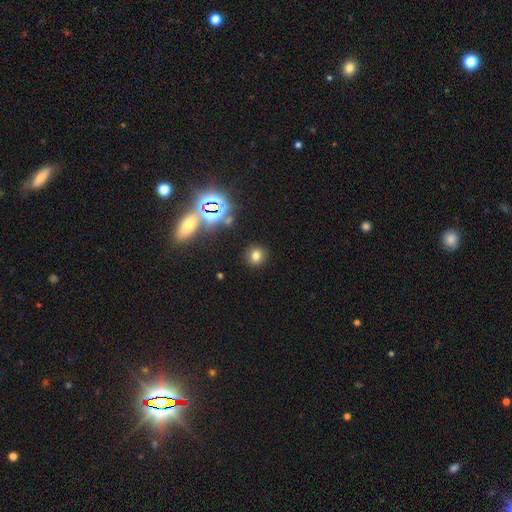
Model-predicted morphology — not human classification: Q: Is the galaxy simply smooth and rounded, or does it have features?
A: smooth — 73%.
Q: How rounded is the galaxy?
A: round — 86%.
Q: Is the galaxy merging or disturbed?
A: none — 89%.